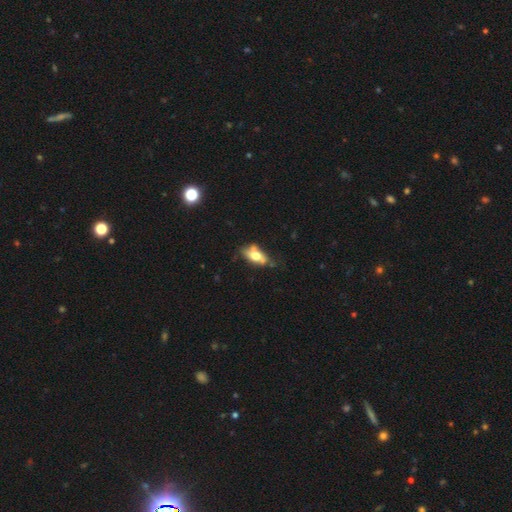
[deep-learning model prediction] smooth-or-featured: smooth: 55% | featured or disk: 37% | star or artifact: 8%
  how-rounded: in between: 86% | cigar-shaped: 9% | round: 5%
  merging: none: 45% | minor disturbance: 30% | major disturbance: 13% | merger: 11%